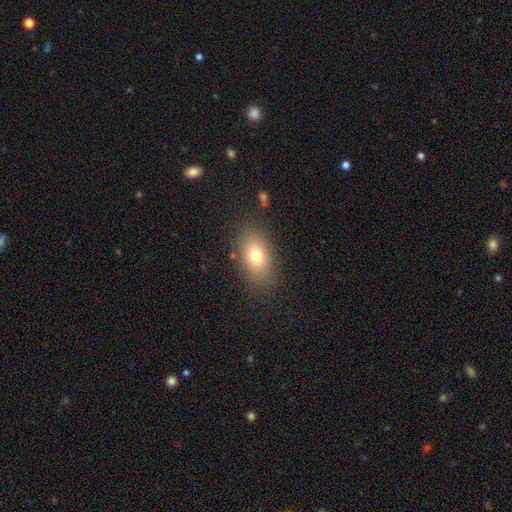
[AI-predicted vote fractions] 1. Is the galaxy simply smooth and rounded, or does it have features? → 76% smooth, 14% featured or disk, 11% star or artifact.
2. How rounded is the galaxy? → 85% in between, 13% round, 2% cigar-shaped.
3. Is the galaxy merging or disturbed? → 84% none, 11% minor disturbance, 4% major disturbance, 2% merger.